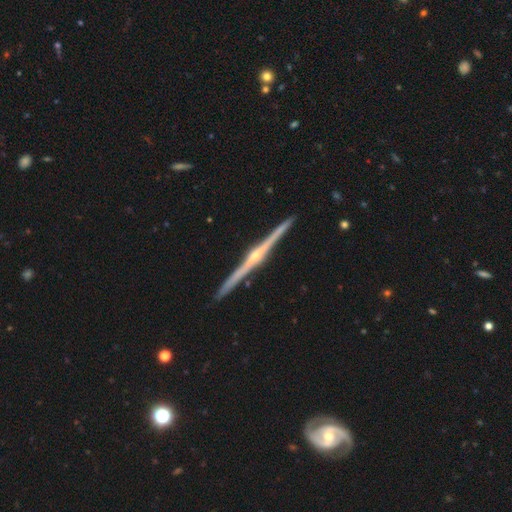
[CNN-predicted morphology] Smooth or featured? featured or disk (90%)
Edge-on disk? yes (99%)
Edge-on bulge? rounded (88%)
Merging? none (93%)